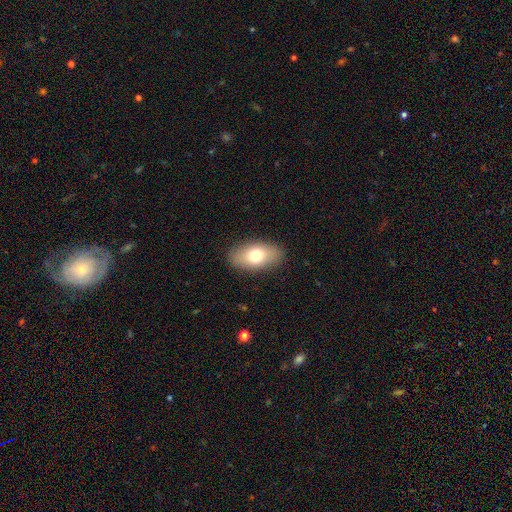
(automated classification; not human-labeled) smooth 72%, featured or disk 20%, star or artifact 7%. Down the decision tree: how rounded — in between (91%); merging — none (88%).